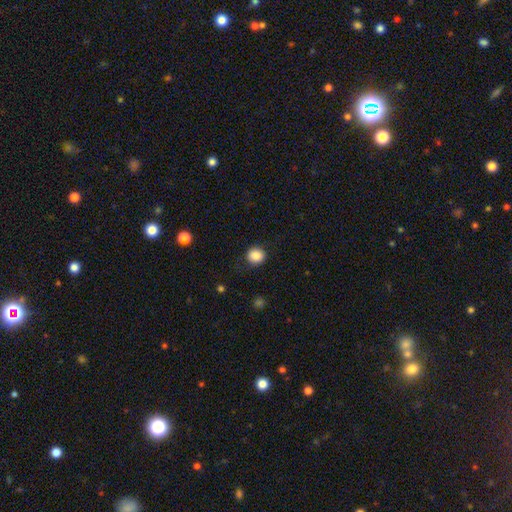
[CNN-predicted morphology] A smooth galaxy with no disk features (87%) that is round (85%).

Vote fractions:
- Smooth or featured? smooth: 87% / star or artifact: 9% / featured or disk: 4%
- How rounded? round: 85% / in between: 14% / cigar-shaped: 1%
- Merging? none: 86% / minor disturbance: 10% / major disturbance: 3% / merger: 1%